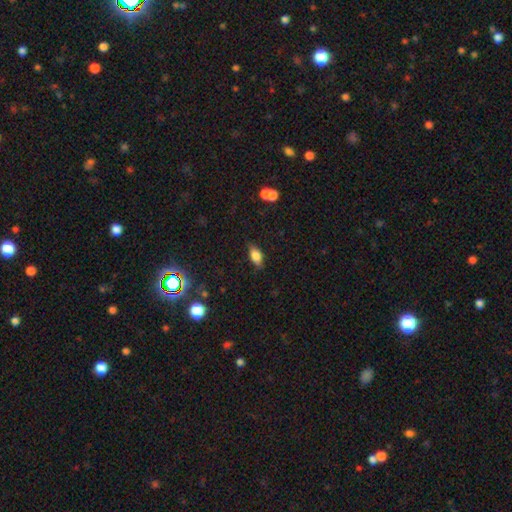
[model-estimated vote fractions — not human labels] Overall: smooth (76%). How rounded: in between (84%). Merging: none (80%).